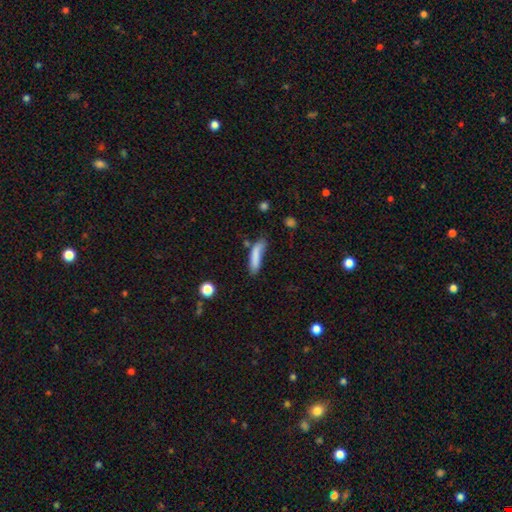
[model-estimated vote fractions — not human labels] The model was most divided on "merging": none: 53%, minor disturbance: 28%, major disturbance: 11%, merger: 8%. More confident: smooth or featured — smooth (80%); how rounded — cigar-shaped (71%).